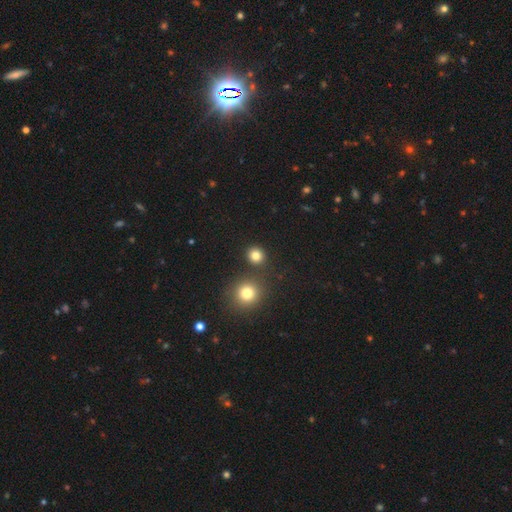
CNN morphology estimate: A smooth galaxy with no disk features (81%) that is round (89%).

Vote fractions:
- Smooth or featured? smooth: 81% / star or artifact: 14% / featured or disk: 5%
- How rounded? round: 89% / in between: 10% / cigar-shaped: 1%
- Merging? none: 85% / merger: 6% / minor disturbance: 6% / major disturbance: 2%